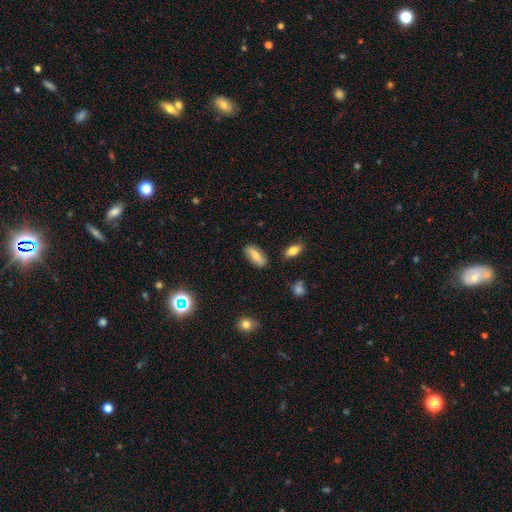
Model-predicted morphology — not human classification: smooth-or-featured: smooth: 69% | featured or disk: 23% | star or artifact: 8%
  how-rounded: in between: 73% | cigar-shaped: 23% | round: 3%
  merging: none: 84% | minor disturbance: 12% | major disturbance: 2% | merger: 2%